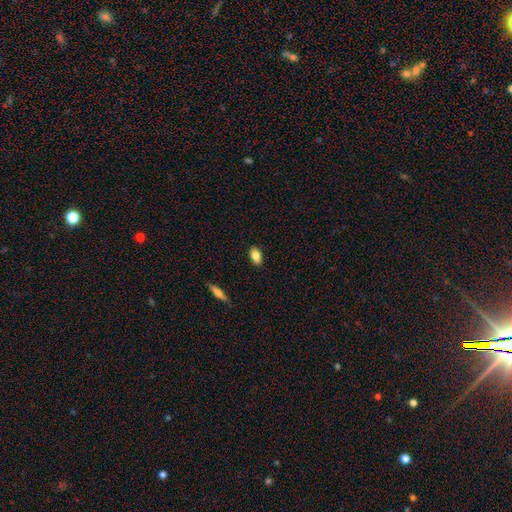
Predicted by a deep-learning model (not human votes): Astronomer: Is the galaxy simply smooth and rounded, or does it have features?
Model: smooth — 82%.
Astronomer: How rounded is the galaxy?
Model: in between — 90%.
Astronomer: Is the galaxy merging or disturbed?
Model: none — 88%.